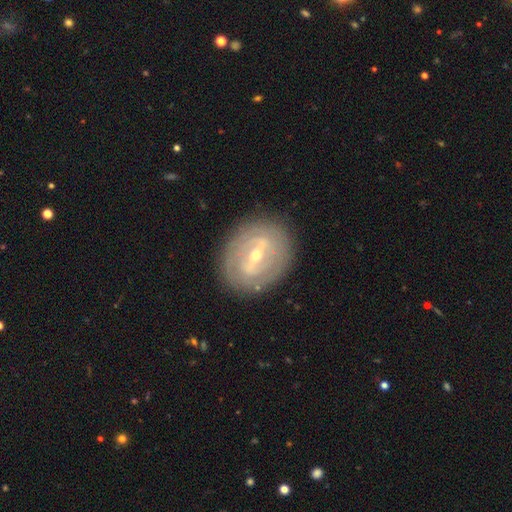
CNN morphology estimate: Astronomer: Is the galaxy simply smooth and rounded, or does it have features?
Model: featured or disk — 79%.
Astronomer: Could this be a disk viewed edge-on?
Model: no — 91%.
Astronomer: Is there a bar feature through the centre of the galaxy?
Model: strong — 63%.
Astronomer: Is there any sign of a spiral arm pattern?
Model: yes — 58% (runner-up: no, 42%).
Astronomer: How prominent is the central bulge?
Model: small — 56% (runner-up: moderate, 41%).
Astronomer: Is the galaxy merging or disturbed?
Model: none — 84%.